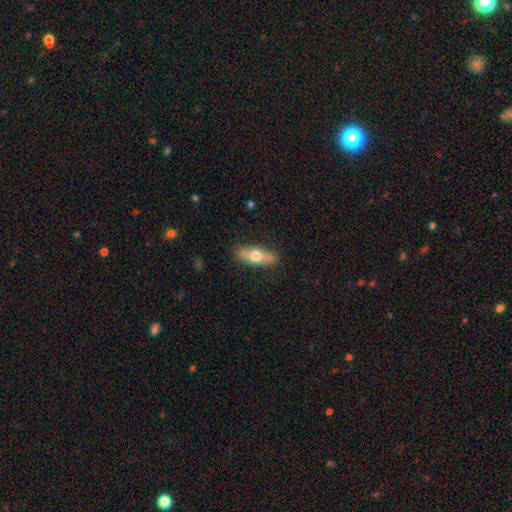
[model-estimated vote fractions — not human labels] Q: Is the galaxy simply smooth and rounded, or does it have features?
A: smooth — 54%.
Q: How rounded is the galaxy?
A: in between — 57%.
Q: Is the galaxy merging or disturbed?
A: none — 84%.